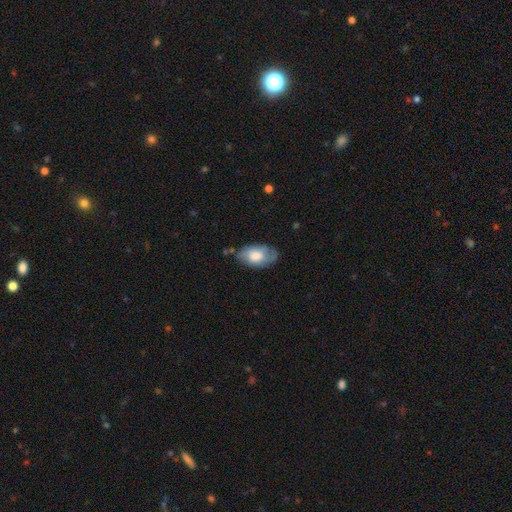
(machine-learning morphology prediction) Q: Smooth or featured?
A: smooth (59%); runner-up: featured or disk (35%)
Q: How rounded?
A: in between (93%); runner-up: round (5%)
Q: Merging?
A: none (65%); runner-up: minor disturbance (26%)